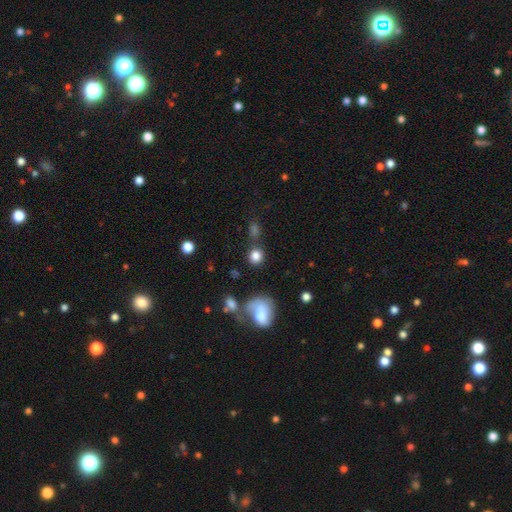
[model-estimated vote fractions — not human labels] This is clearly a smooth galaxy (82%). How rounded: clearly round (85%). Merging: likely none (69%).